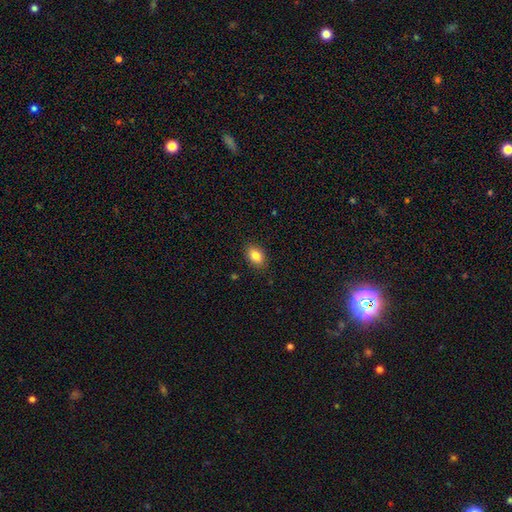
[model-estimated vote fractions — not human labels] A smooth galaxy with no disk features (83%) that is in between round and cigar-shaped (84%).

Vote fractions:
- Smooth or featured? smooth: 83% / star or artifact: 9% / featured or disk: 8%
- How rounded? in between: 84% / round: 15% / cigar-shaped: 1%
- Merging? none: 87% / minor disturbance: 9% / major disturbance: 2% / merger: 1%